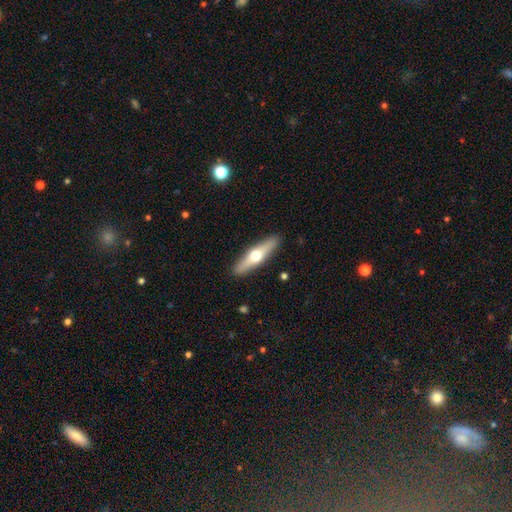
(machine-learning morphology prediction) Smooth or featured? featured or disk (53%)
Edge-on disk? yes (92%)
Merging? none (90%)